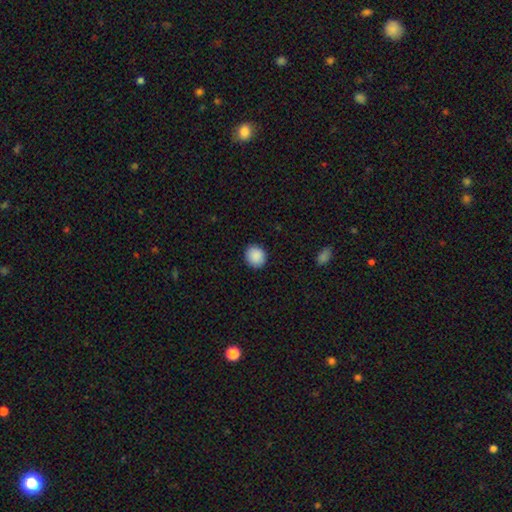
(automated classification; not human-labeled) Smooth or featured? Predicted: smooth (p=0.90). How rounded? Predicted: round (p=0.86). Merging? Predicted: none (p=0.91).